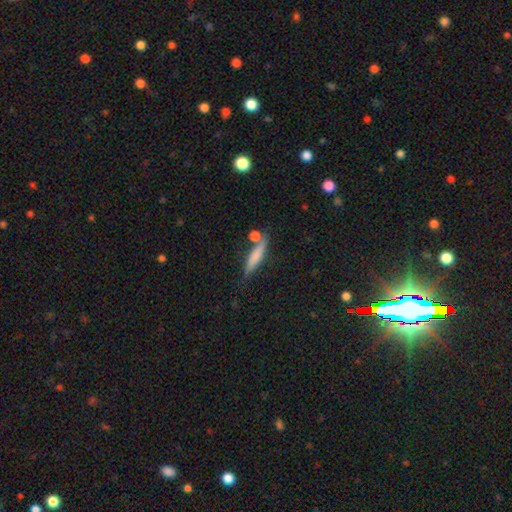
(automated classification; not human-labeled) smooth 71%, featured or disk 21%, star or artifact 7%. Down the decision tree: how rounded — cigar-shaped (81%); merging — none (67%).